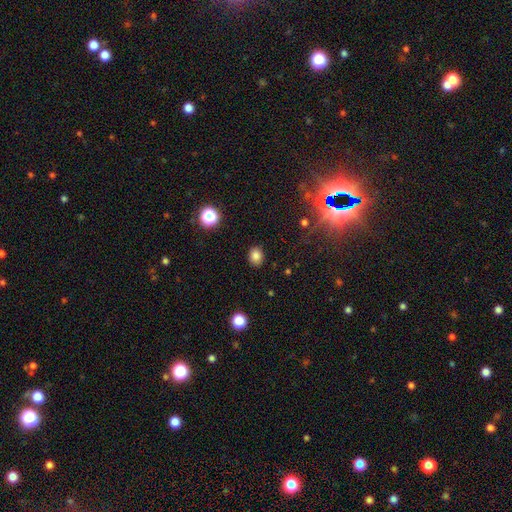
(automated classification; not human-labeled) Q: Smooth or featured?
A: smooth (81%); runner-up: star or artifact (14%)
Q: How rounded?
A: round (54%); runner-up: in between (45%)
Q: Merging?
A: none (87%); runner-up: minor disturbance (9%)